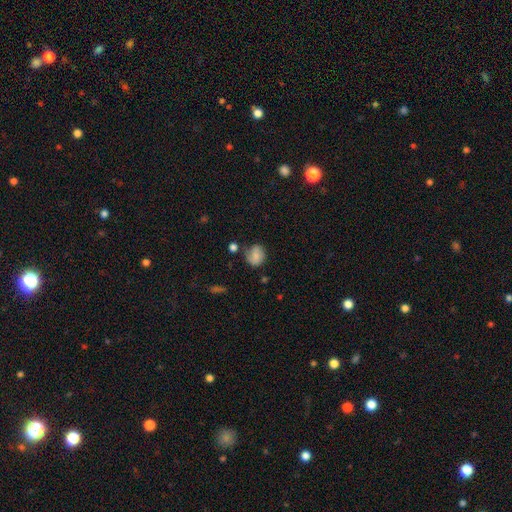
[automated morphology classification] Q: Smooth or featured?
A: smooth (72%); runner-up: featured or disk (19%)
Q: How rounded?
A: round (67%); runner-up: in between (32%)
Q: Merging?
A: none (59%); runner-up: minor disturbance (26%)